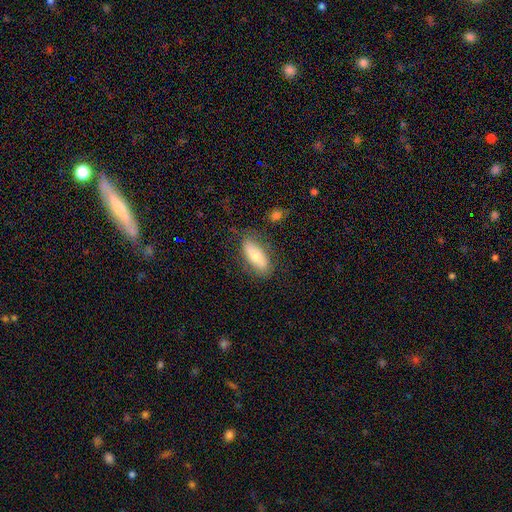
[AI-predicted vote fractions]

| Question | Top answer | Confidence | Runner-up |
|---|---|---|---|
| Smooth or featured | smooth | 65% | featured or disk (27%) |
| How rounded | in between | 77% | cigar-shaped (20%) |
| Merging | none | 78% | minor disturbance (16%) |